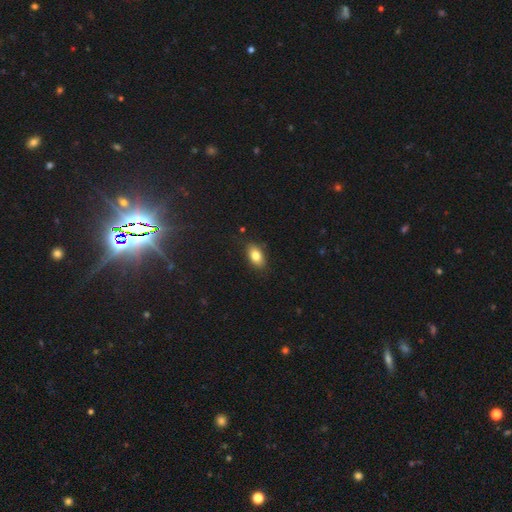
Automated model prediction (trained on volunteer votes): Smooth or featured? smooth (82%)
How rounded? in between (89%)
Merging? none (85%)